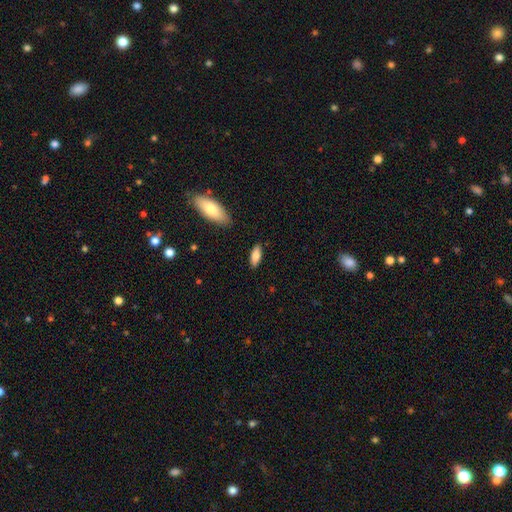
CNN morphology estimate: A smooth galaxy with no disk features (81%) that is in between round and cigar-shaped (73%).

Vote fractions:
- Smooth or featured? smooth: 81% / featured or disk: 12% / star or artifact: 6%
- How rounded? in between: 73% / cigar-shaped: 25% / round: 2%
- Merging? none: 86% / minor disturbance: 10% / major disturbance: 2% / merger: 2%